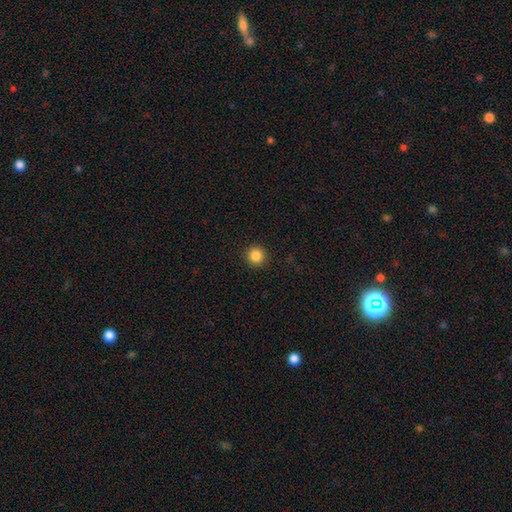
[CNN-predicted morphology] smooth_or_featured: smooth (p=0.86) [alt: star or artifact p=0.11]
how_rounded: round (p=0.95) [alt: in between p=0.04]
merging: none (p=0.93) [alt: minor disturbance p=0.05]